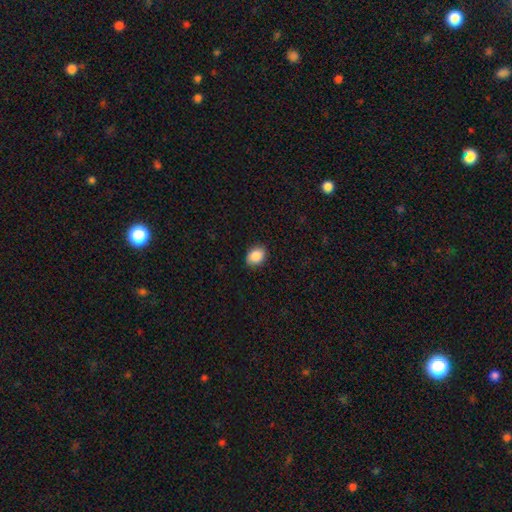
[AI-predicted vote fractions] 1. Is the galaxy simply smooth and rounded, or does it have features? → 88% smooth, 8% star or artifact, 5% featured or disk.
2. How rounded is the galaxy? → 68% in between, 31% round, 1% cigar-shaped.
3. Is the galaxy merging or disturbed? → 86% none, 11% minor disturbance, 2% major disturbance, 1% merger.